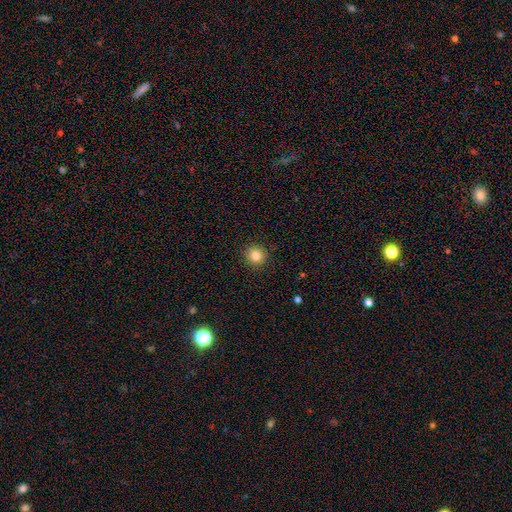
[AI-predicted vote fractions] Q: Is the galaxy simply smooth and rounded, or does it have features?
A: smooth — 83%.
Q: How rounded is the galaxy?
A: round — 94%.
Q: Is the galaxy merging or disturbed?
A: none — 92%.